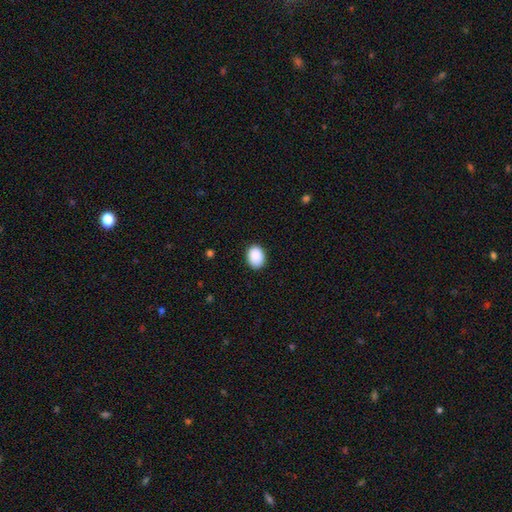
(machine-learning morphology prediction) Smooth or featured?
  - smooth: 90% *
  - star or artifact: 7%
  - featured or disk: 3%
How rounded?
  - in between: 73% *
  - round: 26%
  - cigar-shaped: 1%
Merging?
  - none: 87% *
  - minor disturbance: 10%
  - major disturbance: 2%
  - merger: 1%